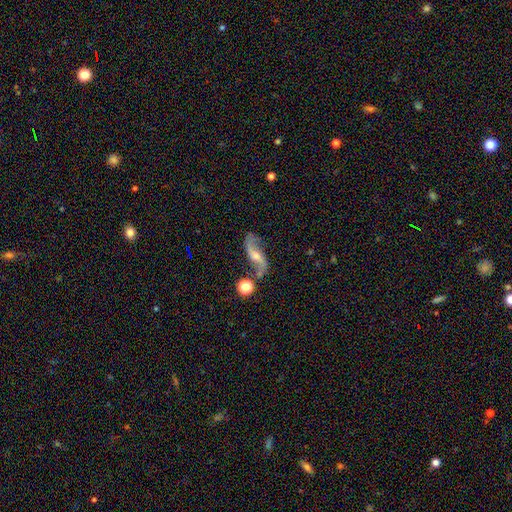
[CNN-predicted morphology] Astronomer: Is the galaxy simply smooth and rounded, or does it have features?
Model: featured or disk — 85%.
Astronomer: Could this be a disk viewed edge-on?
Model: no — 93%.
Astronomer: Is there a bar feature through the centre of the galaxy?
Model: no — 48% (runner-up: weak, 35%).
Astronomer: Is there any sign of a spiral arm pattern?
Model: yes — 95%.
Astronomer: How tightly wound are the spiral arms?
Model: loose — 80%.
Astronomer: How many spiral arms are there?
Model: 2 — 93%.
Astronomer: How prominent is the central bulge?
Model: small — 47%, tied with moderate at 47%.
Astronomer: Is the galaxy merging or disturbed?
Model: none — 71%.